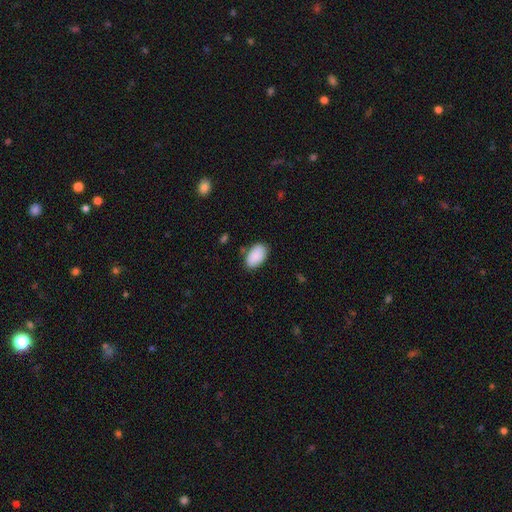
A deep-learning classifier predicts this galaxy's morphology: Smooth or featured? Predicted: smooth (p=0.90). How rounded? Predicted: in between (p=0.94). Merging? Predicted: none (p=0.82).